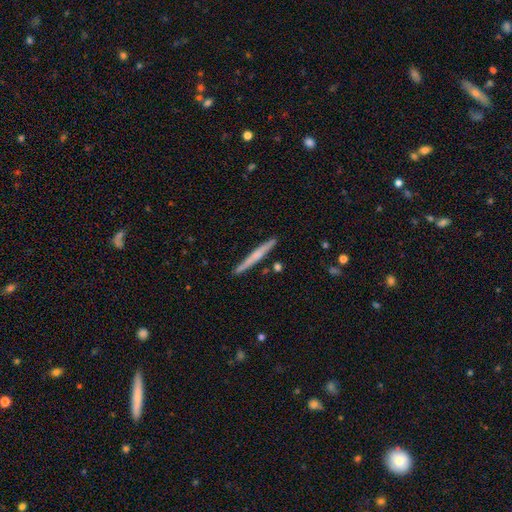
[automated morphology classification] smooth 49%, featured or disk 46%, star or artifact 5%. Down the decision tree: merging — none (89%).